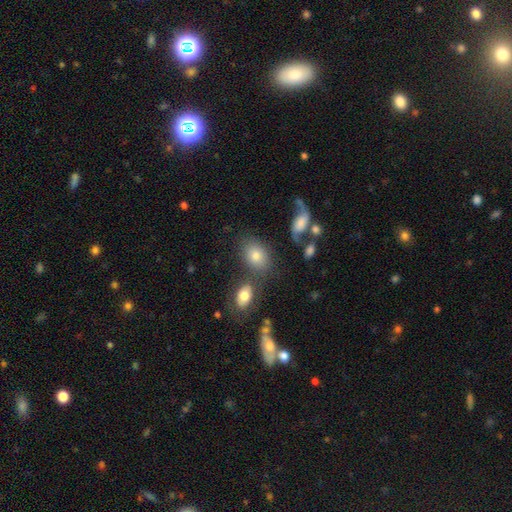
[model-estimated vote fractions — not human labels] Morphology: type=smooth (76%); roundness=in between (73%); merging=none (67%).